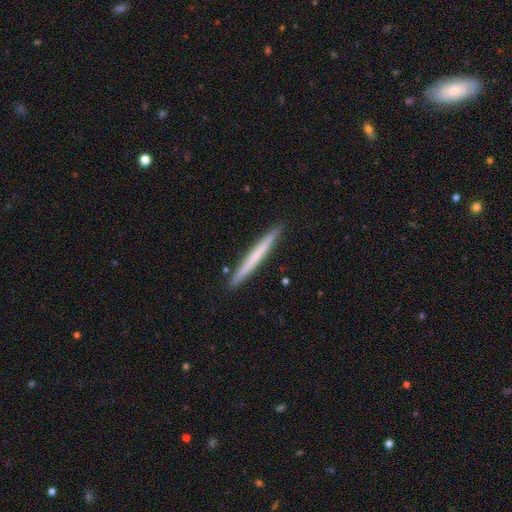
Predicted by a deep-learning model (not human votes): Smooth or featured? smooth (54%)
How rounded? cigar-shaped (97%)
Merging? none (92%)